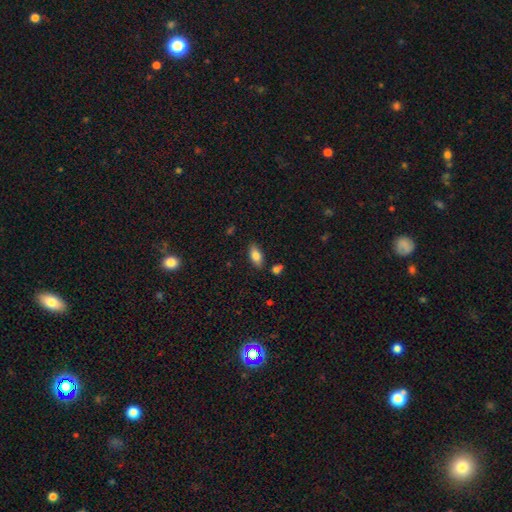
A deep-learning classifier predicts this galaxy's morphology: Smooth or featured: smooth — 81% (featured or disk — 11%)
How rounded: in between — 88% (cigar-shaped — 9%)
Merging: none — 82% (minor disturbance — 11%)